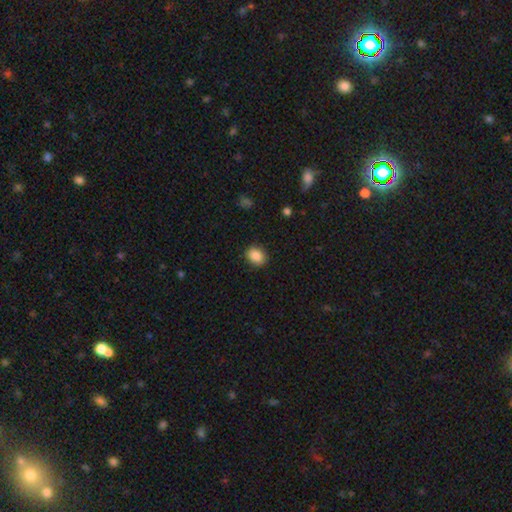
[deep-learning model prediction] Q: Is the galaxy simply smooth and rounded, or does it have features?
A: smooth — 88%.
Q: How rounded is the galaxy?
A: in between — 57%.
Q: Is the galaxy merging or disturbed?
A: none — 89%.